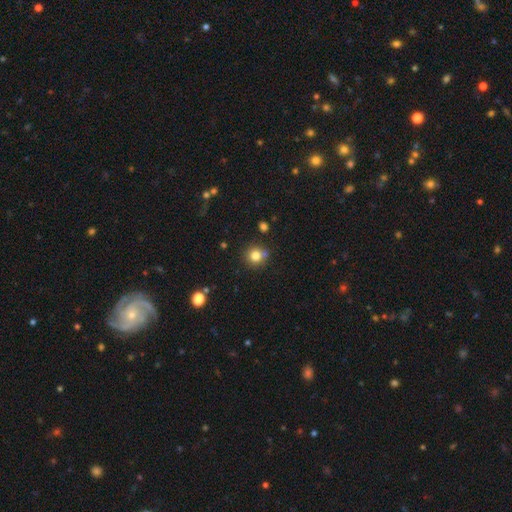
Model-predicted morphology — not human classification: Smooth or featured?
  - smooth: 79% *
  - star or artifact: 13%
  - featured or disk: 8%
How rounded?
  - round: 92% *
  - in between: 8%
  - cigar-shaped: 1%
Merging?
  - none: 75% *
  - merger: 12%
  - minor disturbance: 10%
  - major disturbance: 3%